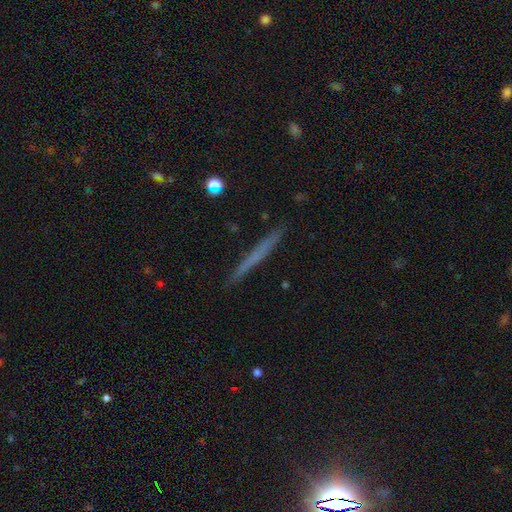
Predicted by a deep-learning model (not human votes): Smooth or featured: smooth — 54% (featured or disk — 40%)
How rounded: cigar-shaped — 97% (in between — 2%)
Merging: none — 90% (minor disturbance — 7%)